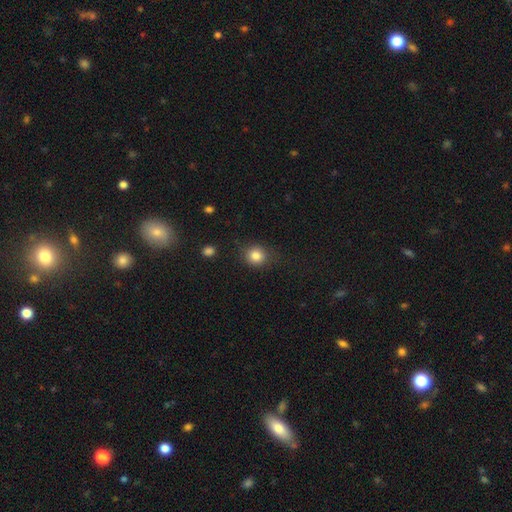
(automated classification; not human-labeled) Smooth or featured? Predicted: smooth (p=0.83). How rounded? Predicted: round (p=0.83). Merging? Predicted: none (p=0.81).